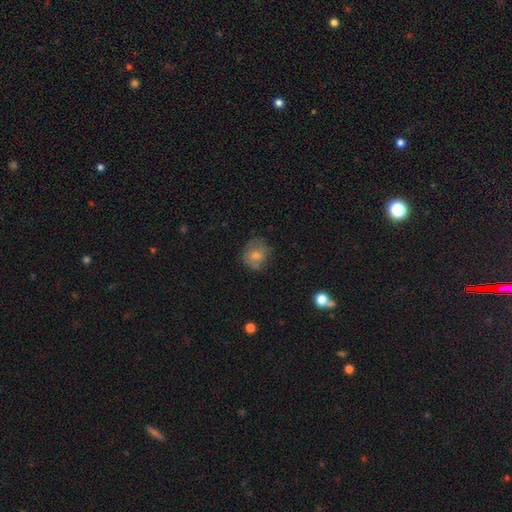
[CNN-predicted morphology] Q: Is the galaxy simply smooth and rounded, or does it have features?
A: smooth — 54%.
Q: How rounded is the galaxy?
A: round — 68%.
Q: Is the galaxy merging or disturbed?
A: none — 69%.